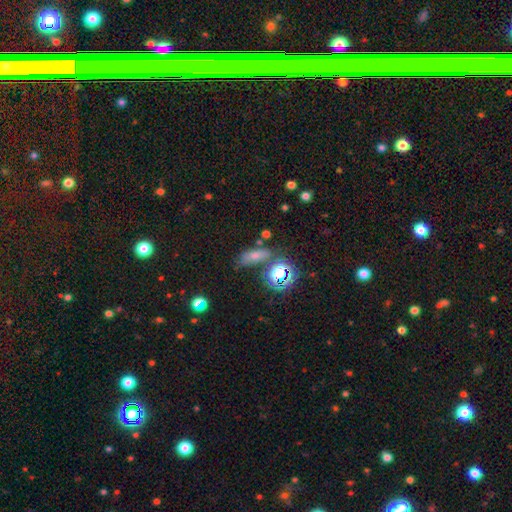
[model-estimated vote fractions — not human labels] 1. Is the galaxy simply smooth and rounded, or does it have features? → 60% smooth, 27% star or artifact, 14% featured or disk.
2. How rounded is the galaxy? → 63% in between, 23% cigar-shaped, 14% round.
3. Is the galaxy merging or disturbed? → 62% none, 20% minor disturbance, 10% merger, 8% major disturbance.